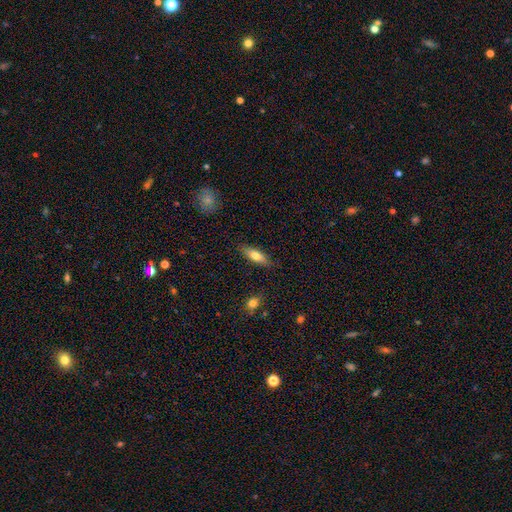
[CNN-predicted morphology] Overall: smooth (70%). How rounded: in between (53%; cigar-shaped 44%). Merging: none (85%).